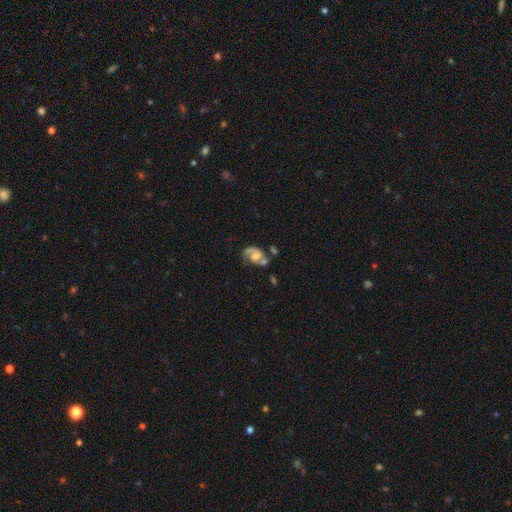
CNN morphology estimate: This appears to be a featured or disk galaxy (70%) with no bar (59%), 2 (62%) medium (46%) spiral arms (89%) and a moderate central bulge (38%). Merging: none (35%).